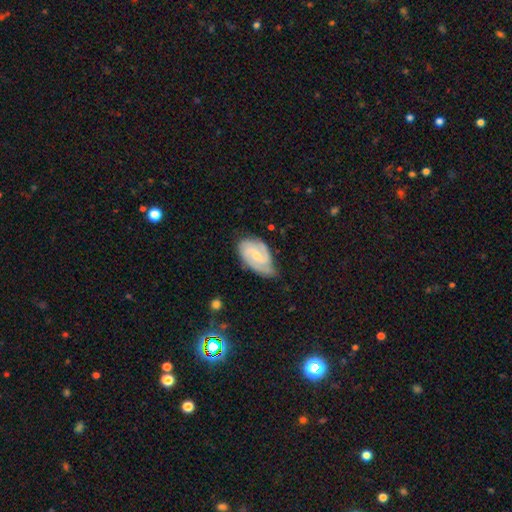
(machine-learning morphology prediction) smooth_or_featured: featured or disk (p=0.81) [alt: smooth p=0.14]
disk_edge_on: no (p=0.97) [alt: yes p=0.03]
bar: weak (p=0.47) [alt: no p=0.41]
has_spiral_arms: yes (p=0.96) [alt: no p=0.04]
spiral_winding: tight (p=0.52) [alt: medium p=0.39]
spiral_arm_count: 2 (p=0.58) [alt: 3 p=0.22]
bulge_size: small (p=0.63) [alt: moderate p=0.31]
merging: none (p=0.63) [alt: minor disturbance p=0.29]